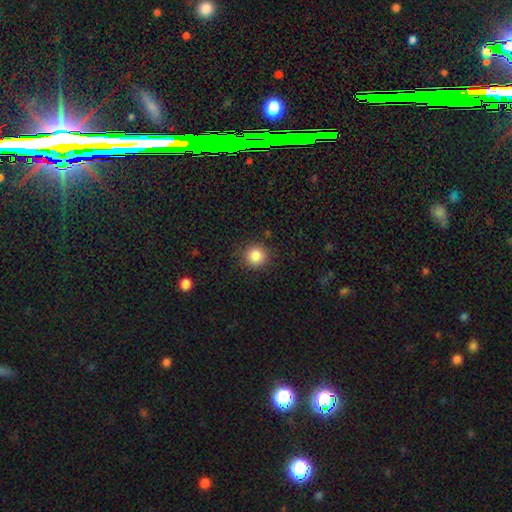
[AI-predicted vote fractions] smooth 86%, star or artifact 10%, featured or disk 4%. Down the decision tree: how rounded — round (93%); merging — none (89%).